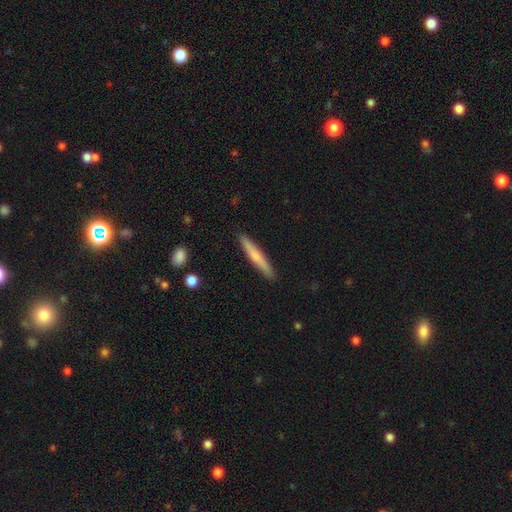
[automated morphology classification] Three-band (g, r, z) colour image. It shows a smooth galaxy with no disk features (61%) that is cigar-shaped (95%). Merging: none (91%).